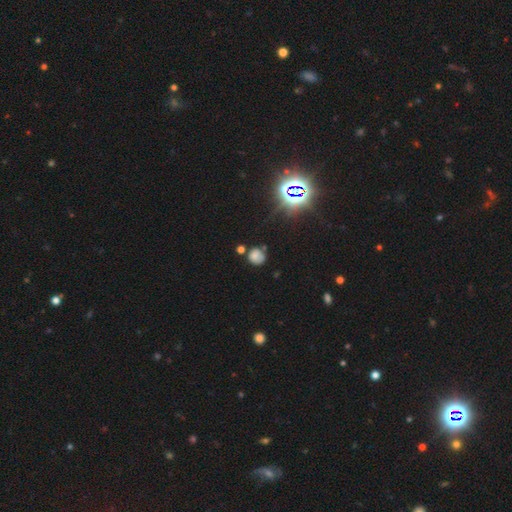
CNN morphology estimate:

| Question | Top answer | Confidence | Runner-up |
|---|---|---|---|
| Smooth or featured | smooth | 67% | star or artifact (20%) |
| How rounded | round | 82% | in between (16%) |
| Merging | none | 63% | minor disturbance (21%) |